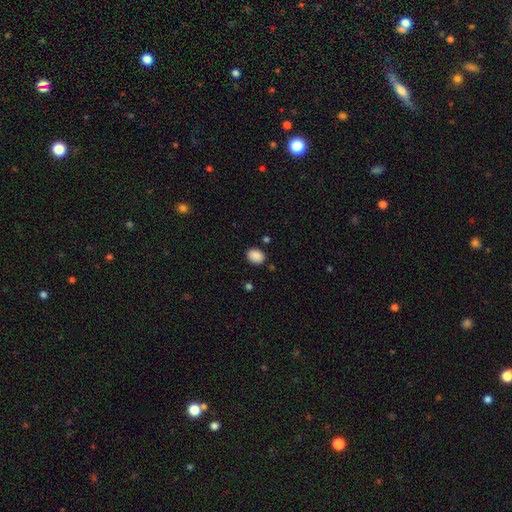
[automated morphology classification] A smooth galaxy with no disk features (89%) that is in between round and cigar-shaped (63%). Merging: none (85%).